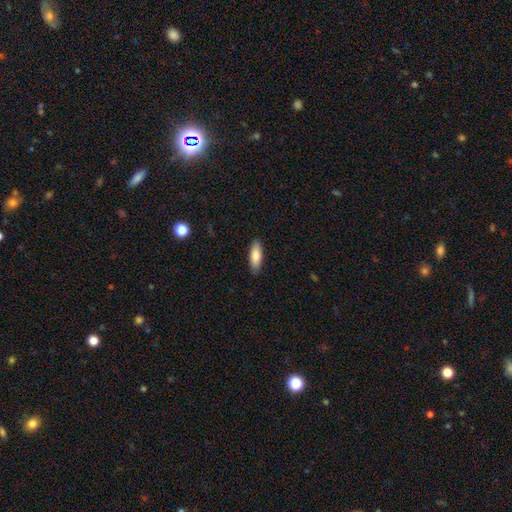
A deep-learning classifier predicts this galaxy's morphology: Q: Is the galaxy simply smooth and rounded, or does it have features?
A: smooth — 83%.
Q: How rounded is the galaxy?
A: in between — 69%.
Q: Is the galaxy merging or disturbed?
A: none — 87%.